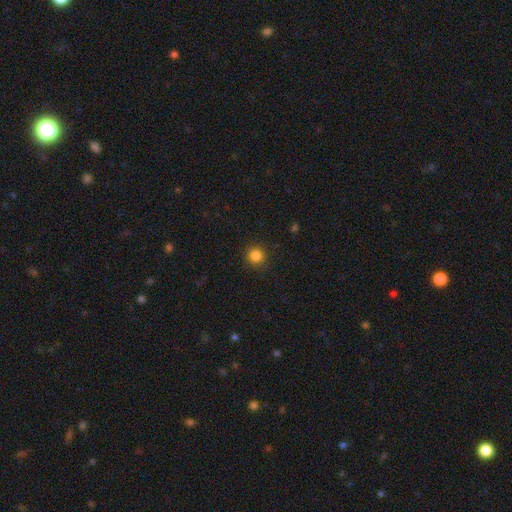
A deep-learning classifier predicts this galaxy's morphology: This is clearly a smooth galaxy (84%). How rounded: clearly round (93%). Merging: clearly none (91%).